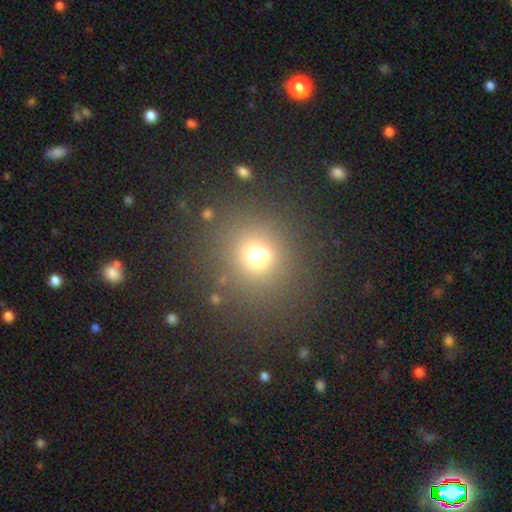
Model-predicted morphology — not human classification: smooth-or-featured: smooth: 63% | star or artifact: 22% | featured or disk: 14%
  how-rounded: round: 84% | in between: 15% | cigar-shaped: 1%
  merging: none: 56% | merger: 29% | minor disturbance: 9% | major disturbance: 6%